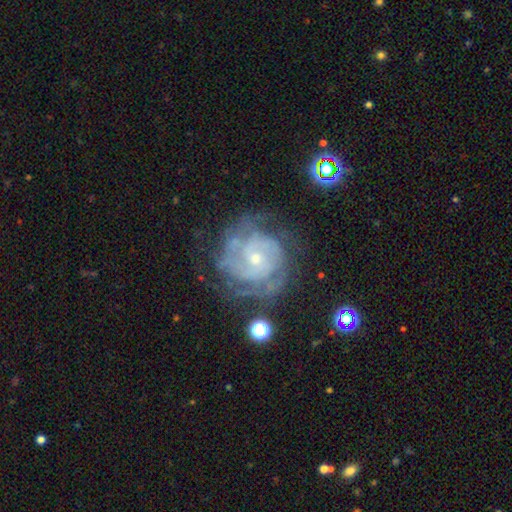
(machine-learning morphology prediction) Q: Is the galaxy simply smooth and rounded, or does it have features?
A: featured or disk — 85%.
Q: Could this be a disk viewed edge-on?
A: no — 98%.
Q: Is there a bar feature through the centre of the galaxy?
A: no — 67%.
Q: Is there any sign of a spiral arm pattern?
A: yes — 95%.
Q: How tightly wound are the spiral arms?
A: tight — 68%.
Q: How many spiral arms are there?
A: can't tell — 32%.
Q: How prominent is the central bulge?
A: small — 69%.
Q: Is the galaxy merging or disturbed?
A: none — 68%.